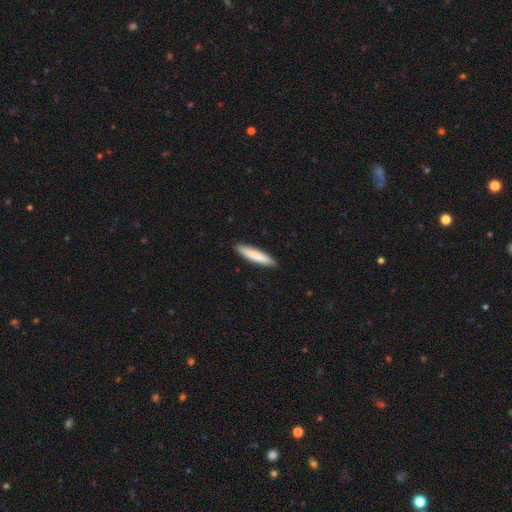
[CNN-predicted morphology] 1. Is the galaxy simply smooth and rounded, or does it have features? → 82% smooth, 13% featured or disk, 5% star or artifact.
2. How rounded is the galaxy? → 87% cigar-shaped, 12% in between, 1% round.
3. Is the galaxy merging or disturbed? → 91% none, 7% minor disturbance, 1% major disturbance, 1% merger.